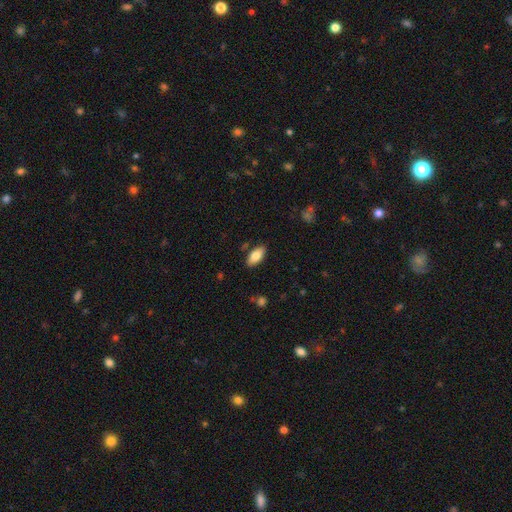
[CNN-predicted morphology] A smooth galaxy with no disk features (81%) that is in between round and cigar-shaped (90%).

Vote fractions:
- Smooth or featured? smooth: 81% / featured or disk: 13% / star or artifact: 7%
- How rounded? in between: 90% / cigar-shaped: 8% / round: 2%
- Merging? none: 86% / minor disturbance: 10% / merger: 2% / major disturbance: 2%